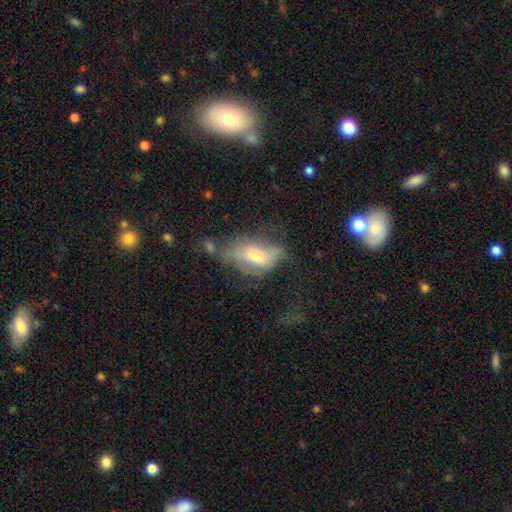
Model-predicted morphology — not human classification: Q: Smooth or featured?
A: smooth (48%); runner-up: featured or disk (43%)
Q: Merging?
A: major disturbance (36%); runner-up: none (29%)